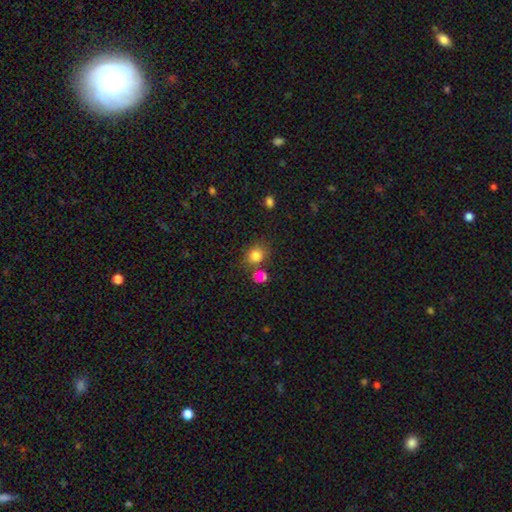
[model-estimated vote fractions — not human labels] Smooth or featured?
  - smooth: 81% *
  - star or artifact: 12%
  - featured or disk: 7%
How rounded?
  - round: 71% *
  - in between: 28%
  - cigar-shaped: 1%
Merging?
  - none: 67% *
  - merger: 16%
  - minor disturbance: 12%
  - major disturbance: 4%